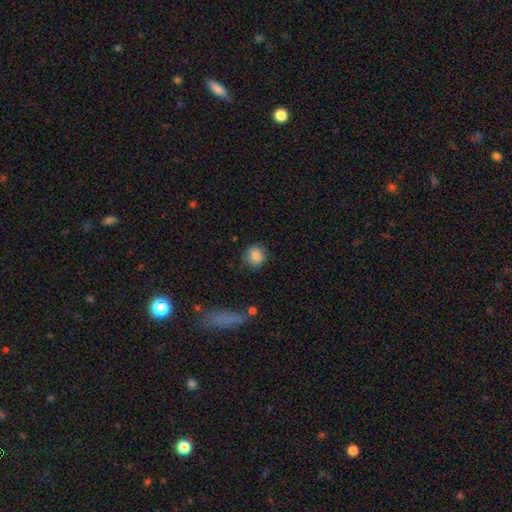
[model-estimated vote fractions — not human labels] Q: Smooth or featured?
A: smooth (85%); runner-up: star or artifact (9%)
Q: How rounded?
A: round (80%); runner-up: in between (19%)
Q: Merging?
A: none (79%); runner-up: minor disturbance (15%)